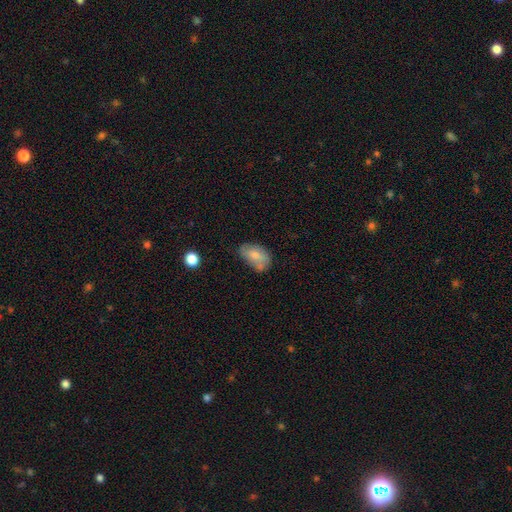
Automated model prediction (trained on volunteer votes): Q: Smooth or featured?
A: smooth (73%); runner-up: featured or disk (19%)
Q: How rounded?
A: in between (90%); runner-up: round (9%)
Q: Merging?
A: none (49%); runner-up: minor disturbance (33%)